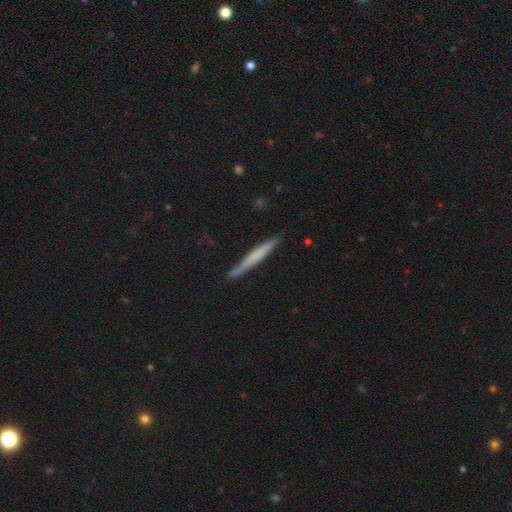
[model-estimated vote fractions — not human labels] smooth-or-featured: smooth: 54% | featured or disk: 40% | star or artifact: 6%
  how-rounded: cigar-shaped: 97% | in between: 2% | round: 1%
  merging: none: 85% | minor disturbance: 11% | major disturbance: 2% | merger: 1%